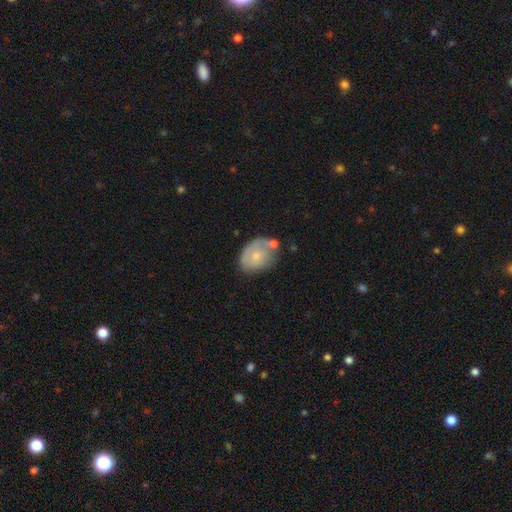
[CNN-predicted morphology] smooth 60%, featured or disk 33%, star or artifact 7%. Down the decision tree: how rounded — in between (70%); merging — none (44%).